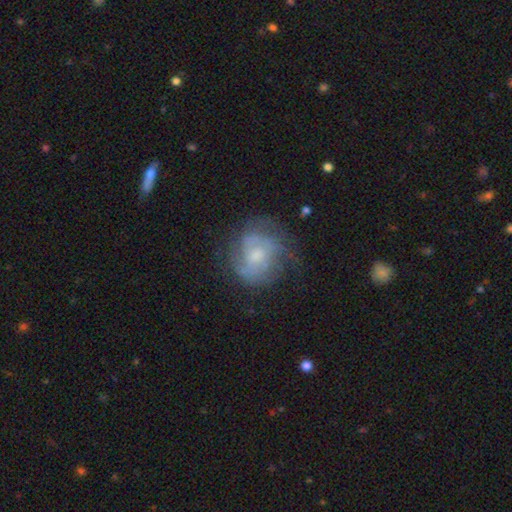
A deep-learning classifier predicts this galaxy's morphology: The model was most divided on "bulge size": moderate: 44%, small: 39%, none: 9%, large: 6%, dominant: 1%. More confident: edge-on disk — no (97%); spiral arms — yes (78%); smooth or featured — featured or disk (65%); bar — no (62%); merging — none (61%).